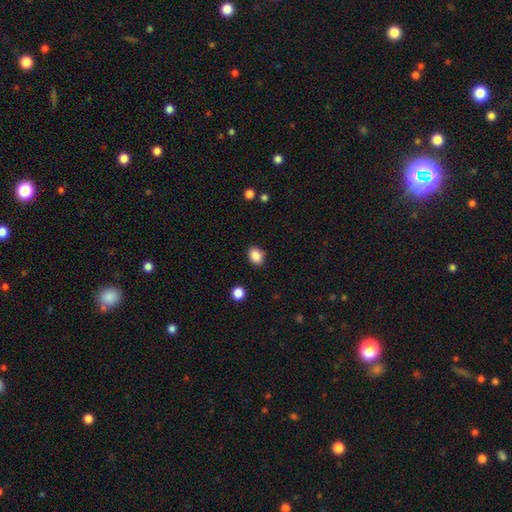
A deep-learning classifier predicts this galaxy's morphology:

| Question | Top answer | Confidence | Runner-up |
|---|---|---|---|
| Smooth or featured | smooth | 88% | star or artifact (9%) |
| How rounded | in between | 65% | round (34%) |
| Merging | none | 86% | minor disturbance (10%) |